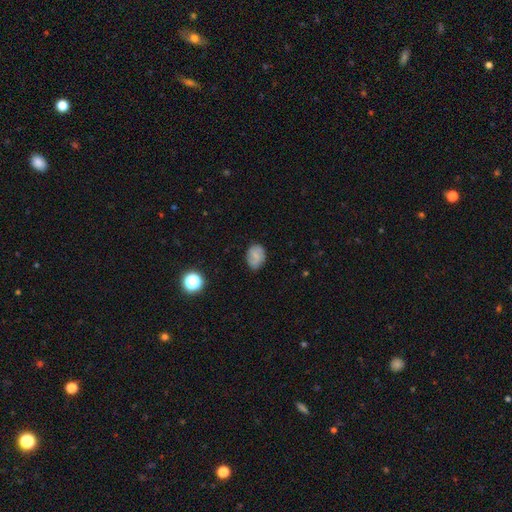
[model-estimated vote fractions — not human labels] A smooth galaxy with no disk features (65%) that is in between round and cigar-shaped (65%). Merging: none (79%).